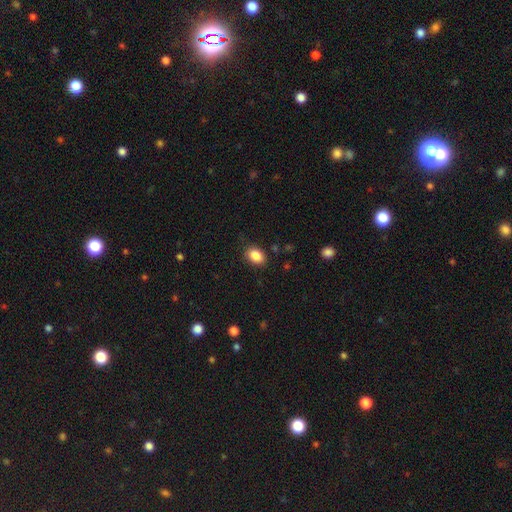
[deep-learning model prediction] smooth-or-featured: smooth: 87% | star or artifact: 9% | featured or disk: 5%
  how-rounded: in between: 75% | round: 24% | cigar-shaped: 1%
  merging: none: 84% | minor disturbance: 12% | major disturbance: 3% | merger: 1%